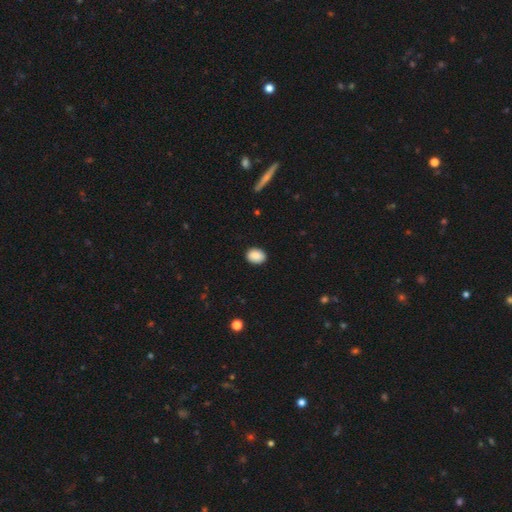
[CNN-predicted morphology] Q: Smooth or featured?
A: smooth (88%); runner-up: star or artifact (7%)
Q: How rounded?
A: in between (61%); runner-up: round (38%)
Q: Merging?
A: none (90%); runner-up: minor disturbance (8%)